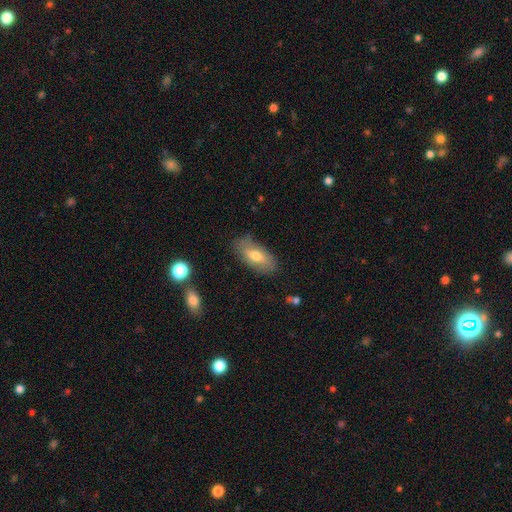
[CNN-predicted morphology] A smooth galaxy with no disk features (67%) that is in between round and cigar-shaped (87%).

Vote fractions:
- Smooth or featured? smooth: 67% / featured or disk: 26% / star or artifact: 7%
- How rounded? in between: 87% / cigar-shaped: 9% / round: 3%
- Merging? none: 76% / minor disturbance: 18% / major disturbance: 4% / merger: 2%